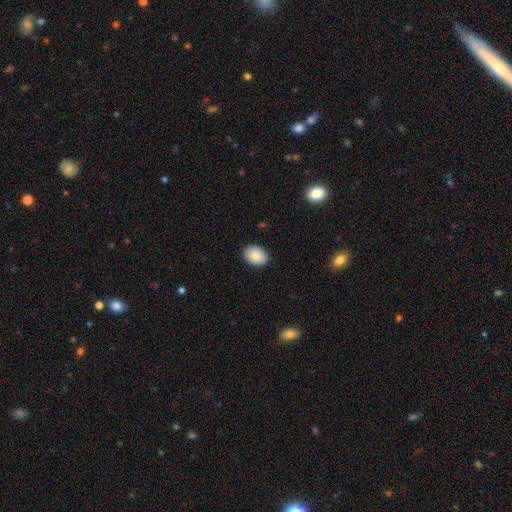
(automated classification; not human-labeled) A smooth galaxy with no disk features (86%) that is in between round and cigar-shaped (72%). Merging: none (88%).